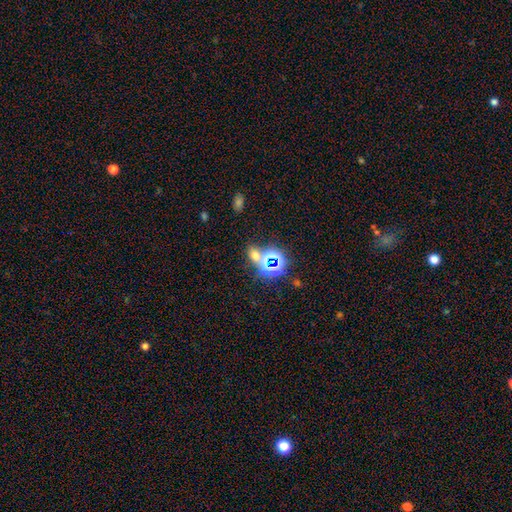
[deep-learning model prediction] This appears to be a star or artifact, not a galaxy (48%).